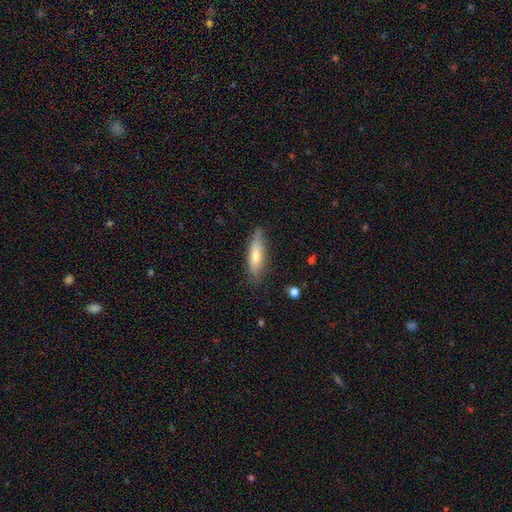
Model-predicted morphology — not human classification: type=smooth (65%); roundness=cigar-shaped (59%); merging=none (75%).